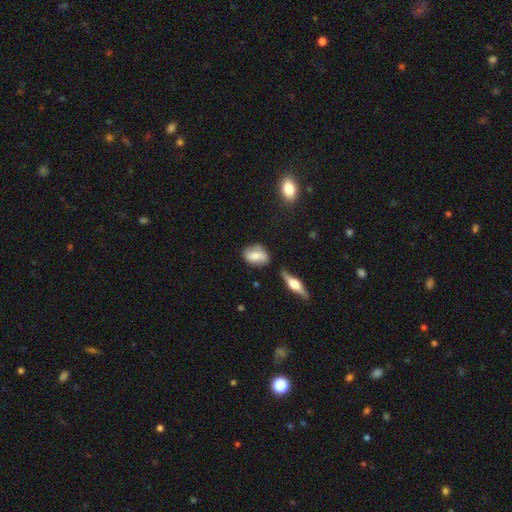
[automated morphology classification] smooth-or-featured: smooth: 64% | featured or disk: 28% | star or artifact: 8%
  how-rounded: in between: 79% | round: 16% | cigar-shaped: 5%
  merging: none: 68% | minor disturbance: 21% | merger: 6% | major disturbance: 5%